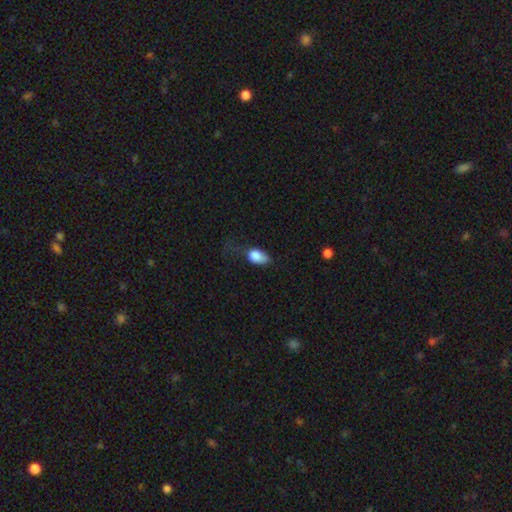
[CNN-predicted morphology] smooth 83%, featured or disk 9%, star or artifact 8%. Down the decision tree: how rounded — in between (84%); merging — minor disturbance (36%).